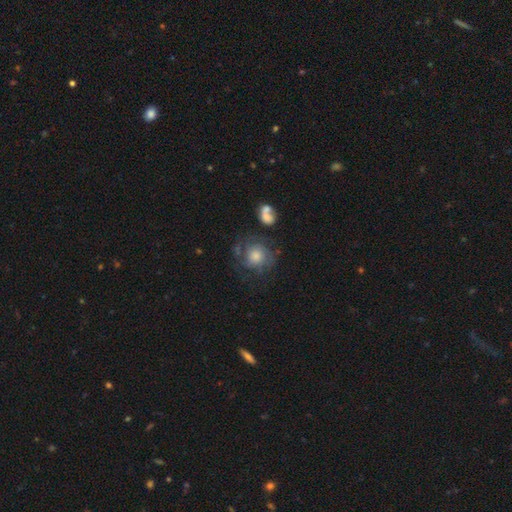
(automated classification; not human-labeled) A featured or disk galaxy (45%). Merging: none (61%).